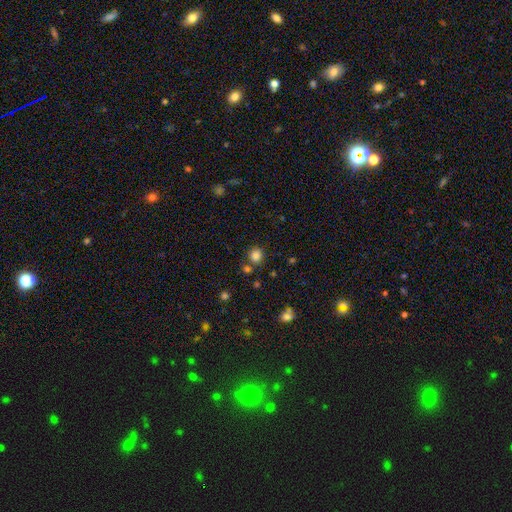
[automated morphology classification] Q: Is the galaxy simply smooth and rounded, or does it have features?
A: smooth — 83%.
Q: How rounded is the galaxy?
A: round — 89%.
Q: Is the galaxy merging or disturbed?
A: none — 79%.